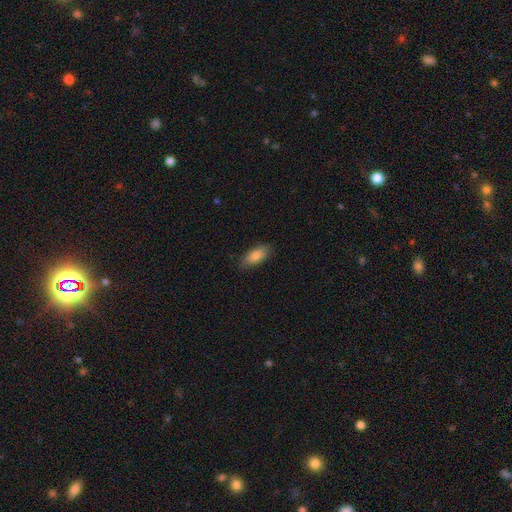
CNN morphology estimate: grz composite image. It shows a smooth galaxy with no disk features (84%) that is in between round and cigar-shaped (88%). Merging: none (85%).